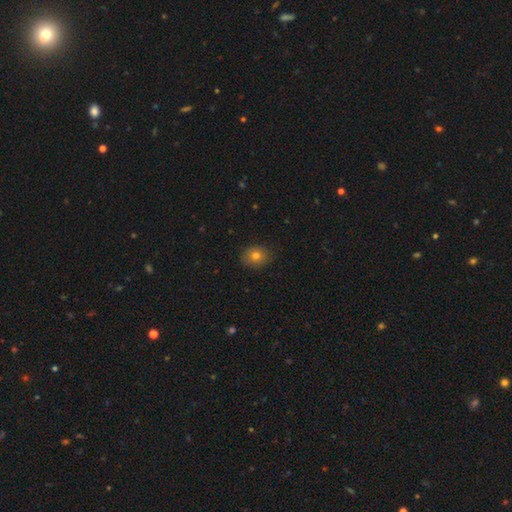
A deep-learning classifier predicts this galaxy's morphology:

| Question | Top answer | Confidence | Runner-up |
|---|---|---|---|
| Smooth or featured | smooth | 77% | featured or disk (12%) |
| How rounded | round | 57% | in between (42%) |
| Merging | none | 85% | minor disturbance (12%) |